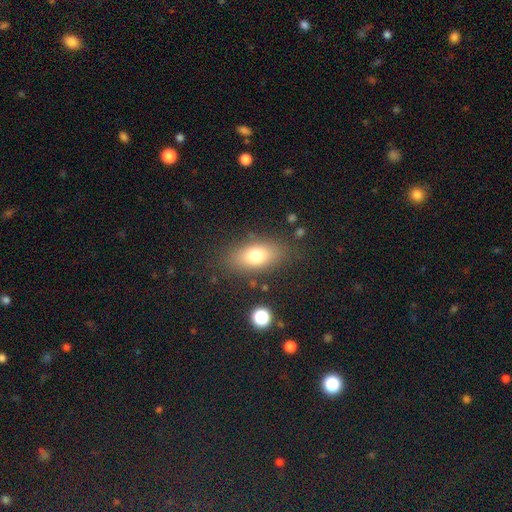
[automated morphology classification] Overall: smooth (75%). How rounded: in between (84%). Merging: none (80%).